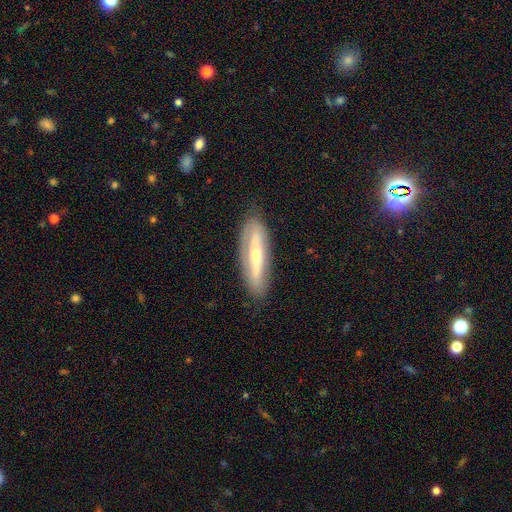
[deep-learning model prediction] The model was most divided on "edge-on disk": no: 52%, yes: 48%. More confident: merging — none (81%); smooth or featured — featured or disk (63%).